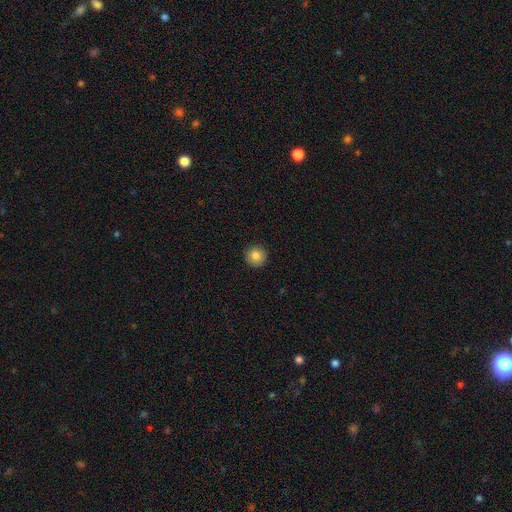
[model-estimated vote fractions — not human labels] The model was most divided on "smooth or featured": smooth: 83%, star or artifact: 9%, featured or disk: 8%. More confident: how rounded — round (96%); merging — none (93%).